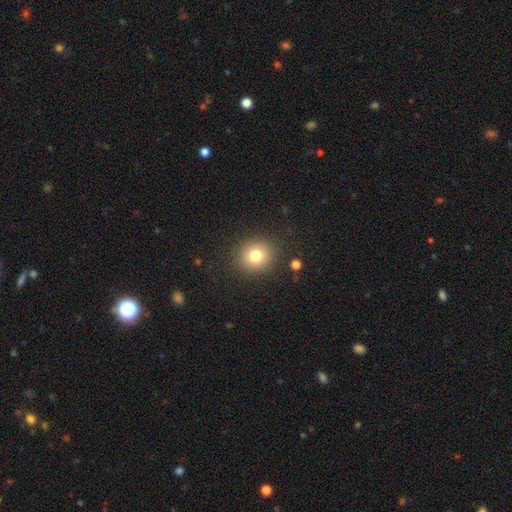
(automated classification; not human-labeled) This is likely a smooth galaxy (78%). How rounded: clearly round (83%). Merging: clearly none (88%).